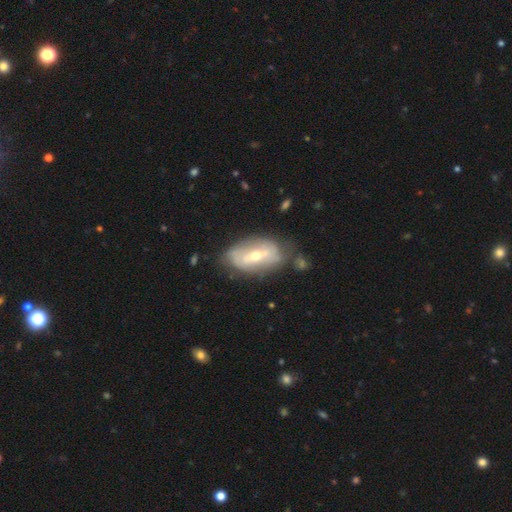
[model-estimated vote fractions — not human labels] smooth_or_featured: featured or disk (p=0.69) [alt: smooth p=0.25]
disk_edge_on: no (p=0.88) [alt: yes p=0.12]
bar: strong (p=0.41) [alt: weak p=0.34]
has_spiral_arms: yes (p=0.55) [alt: no p=0.45]
bulge_size: moderate (p=0.54) [alt: small p=0.43]
merging: none (p=0.64) [alt: minor disturbance p=0.22]